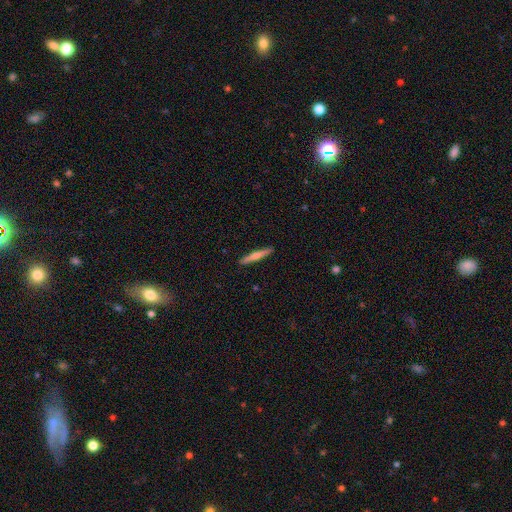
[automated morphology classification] Smooth or featured? Predicted: smooth (p=0.49). Merging? Predicted: none (p=0.91).